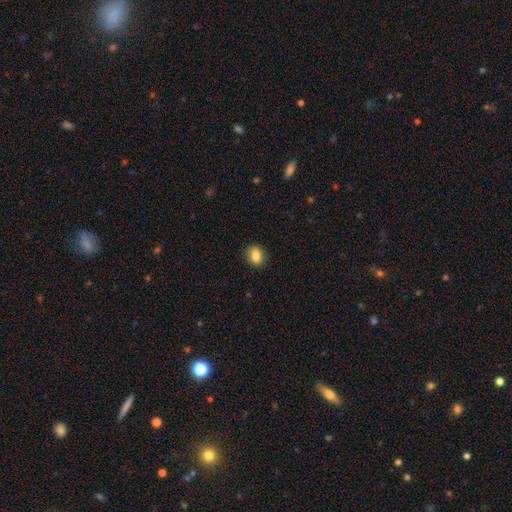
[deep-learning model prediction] This is clearly a smooth galaxy (85%). How rounded: possibly round (50%). Merging: clearly none (90%).